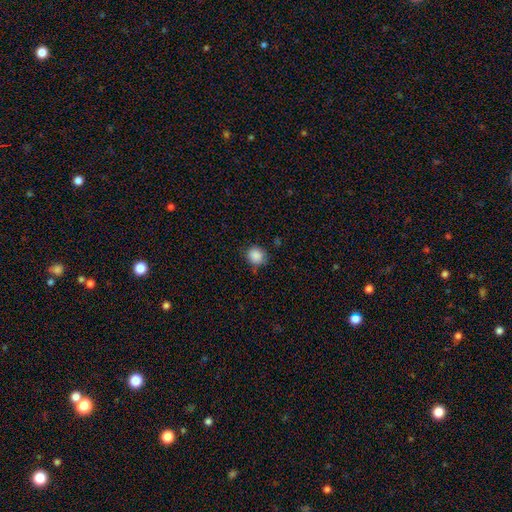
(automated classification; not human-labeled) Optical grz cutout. It shows a smooth galaxy with no disk features (87%) that is round (84%). Merging: none (77%).